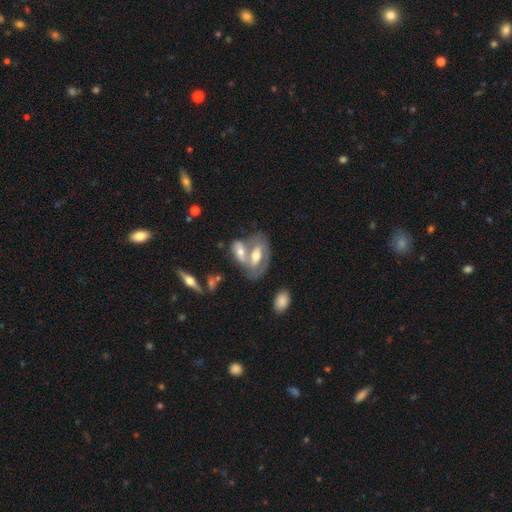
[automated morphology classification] A featured or disk galaxy (66%) with no bar (44%), spiral arms (51%) and a moderate central bulge (70%).

Vote fractions:
- Smooth or featured? featured or disk: 66% / smooth: 25% / star or artifact: 9%
- Edge-on disk? no: 85% / yes: 15%
- Bar? no: 44% / weak: 33% / strong: 23%
- Spiral arms? yes: 51% / no: 49%
- Bulge size? moderate: 70% / small: 17% / large: 9% / none: 2% / dominant: 1%
- Merging? merger: 48% / none: 35% / minor disturbance: 11% / major disturbance: 6%